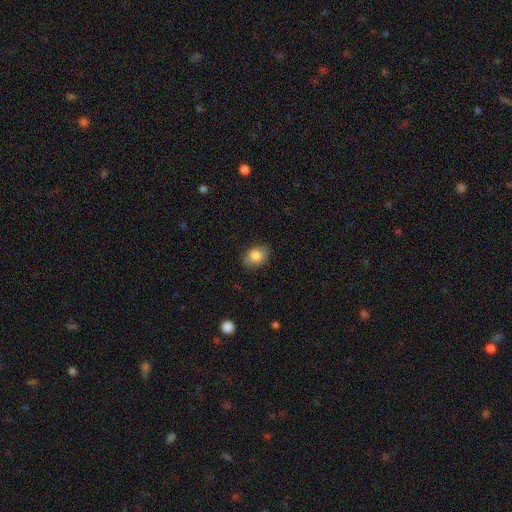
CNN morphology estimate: This appears to be a smooth galaxy with no disk features (84%) that is in between round and cigar-shaped (63%). Merging: none (84%).